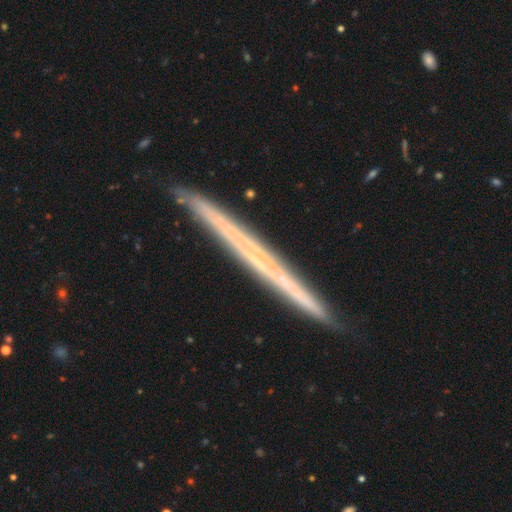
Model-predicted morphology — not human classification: The model was most divided on "smooth or featured": featured or disk: 64%, smooth: 29%, star or artifact: 7%. More confident: edge-on disk — yes (97%); edge-on bulge — none (90%); merging — none (90%).